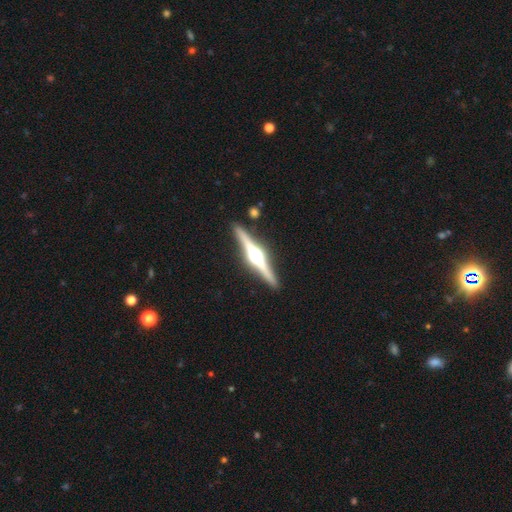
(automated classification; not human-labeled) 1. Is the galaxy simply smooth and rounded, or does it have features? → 85% featured or disk, 10% smooth, 5% star or artifact.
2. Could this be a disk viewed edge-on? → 98% yes, 2% no.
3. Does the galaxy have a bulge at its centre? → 95% rounded, 3% boxy, 1% none.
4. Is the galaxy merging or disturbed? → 90% none, 6% minor disturbance, 2% merger, 1% major disturbance.